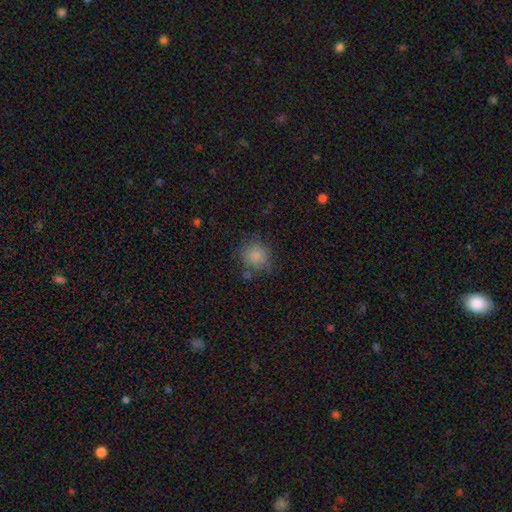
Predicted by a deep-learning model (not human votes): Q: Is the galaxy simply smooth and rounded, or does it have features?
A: smooth — 83%.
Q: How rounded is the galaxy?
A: round — 83%.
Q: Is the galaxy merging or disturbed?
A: none — 69%.